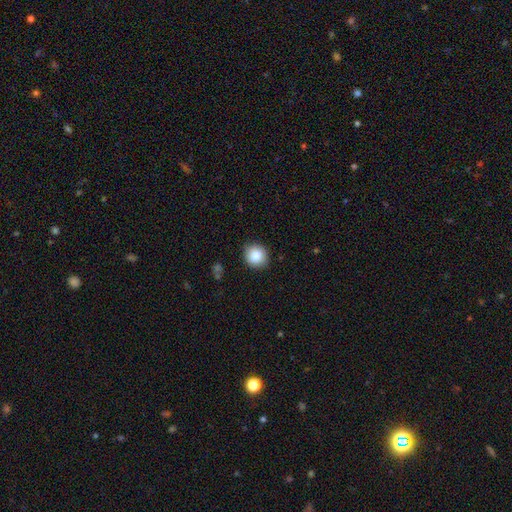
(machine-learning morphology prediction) This appears to be a smooth galaxy with no disk features (84%) that is round (88%). Merging: none (89%).